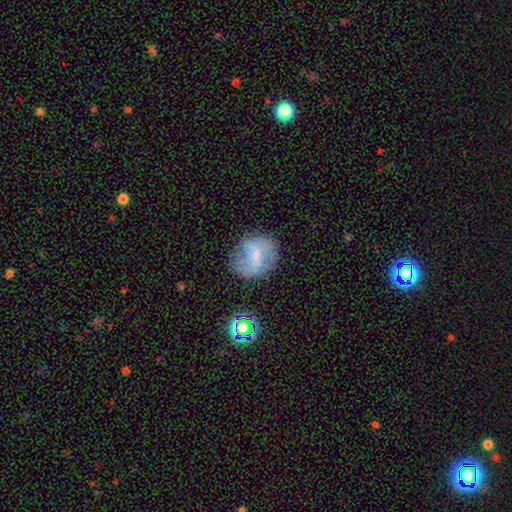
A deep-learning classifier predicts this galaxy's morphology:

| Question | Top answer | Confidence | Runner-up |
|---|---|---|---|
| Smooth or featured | featured or disk | 50% | smooth (40%) |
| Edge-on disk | no | 96% | yes (4%) |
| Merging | none | 69% | minor disturbance (19%) |